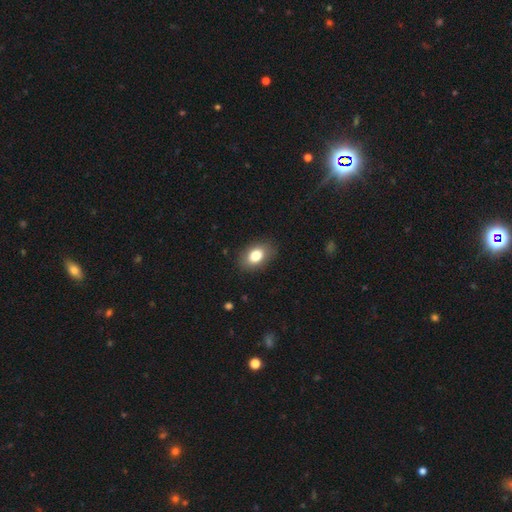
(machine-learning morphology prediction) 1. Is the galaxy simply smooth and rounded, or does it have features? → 80% smooth, 11% featured or disk, 9% star or artifact.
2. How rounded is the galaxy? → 84% in between, 15% round, 1% cigar-shaped.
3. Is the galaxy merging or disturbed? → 85% none, 11% minor disturbance, 3% major disturbance, 1% merger.